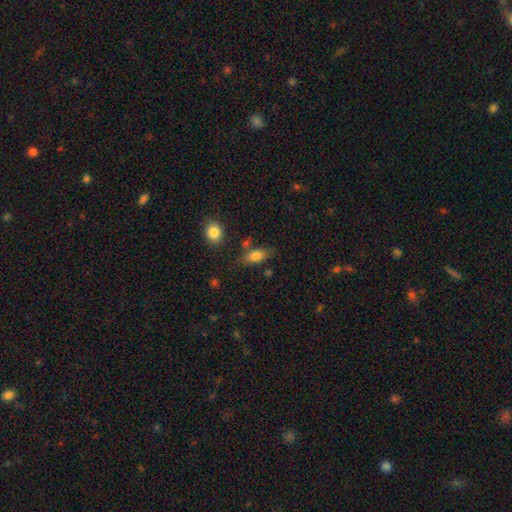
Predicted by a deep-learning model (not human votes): Smooth or featured? Predicted: smooth (p=0.80). How rounded? Predicted: in between (p=0.87). Merging? Predicted: none (p=0.69).